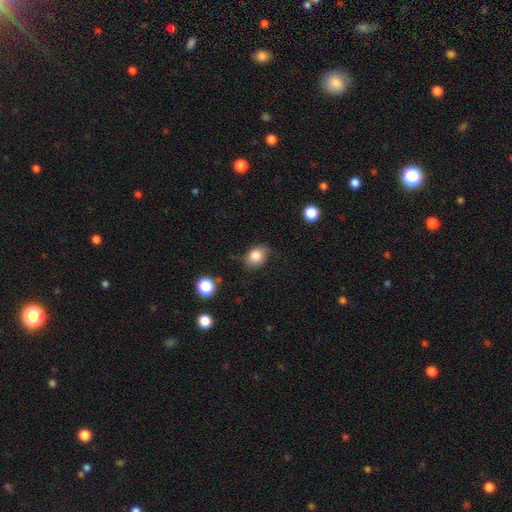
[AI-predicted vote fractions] A smooth galaxy with no disk features (83%) that is in between round and cigar-shaped (56%).

Vote fractions:
- Smooth or featured? smooth: 83% / star or artifact: 9% / featured or disk: 7%
- How rounded? in between: 56% / round: 43% / cigar-shaped: 1%
- Merging? none: 71% / minor disturbance: 22% / major disturbance: 5% / merger: 2%